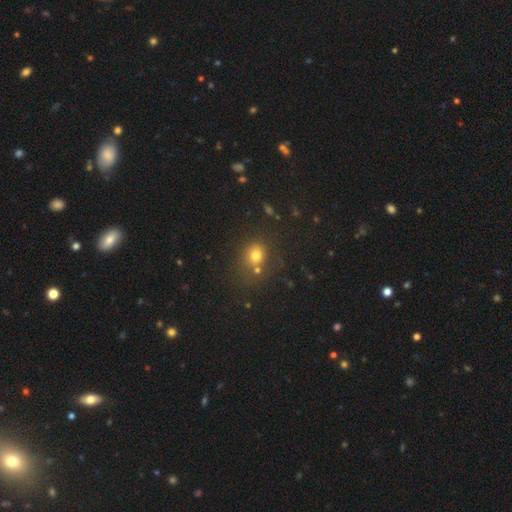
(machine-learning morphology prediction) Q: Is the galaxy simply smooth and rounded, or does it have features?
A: smooth — 72%.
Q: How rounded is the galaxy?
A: round — 70%.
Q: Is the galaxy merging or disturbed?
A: none — 62%.